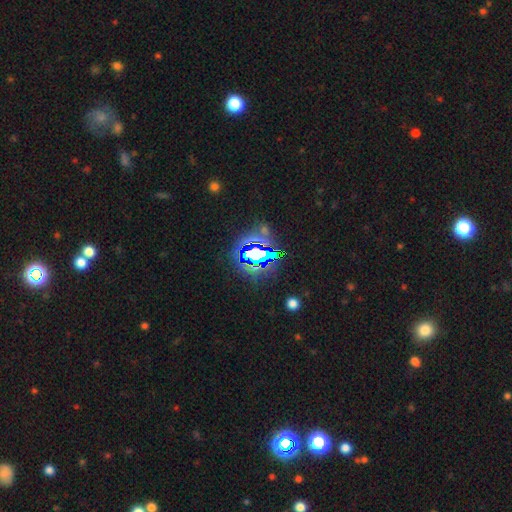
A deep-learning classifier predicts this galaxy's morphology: This is likely a star or artifact rather than a galaxy (75%).